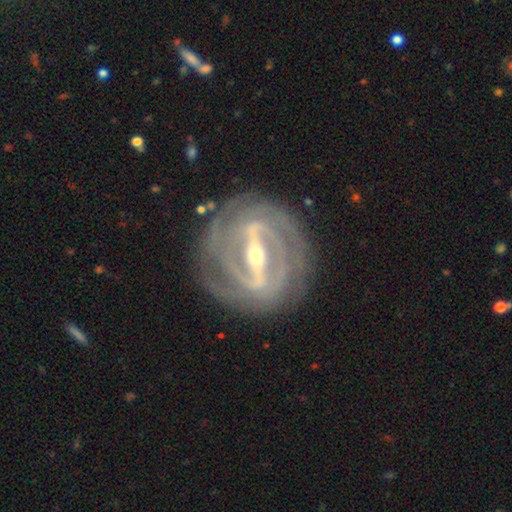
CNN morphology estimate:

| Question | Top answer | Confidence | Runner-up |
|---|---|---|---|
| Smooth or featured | featured or disk | 91% | star or artifact (4%) |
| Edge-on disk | no | 90% | yes (10%) |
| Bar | strong | 84% | weak (12%) |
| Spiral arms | yes | 94% | no (6%) |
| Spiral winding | tight | 78% | medium (17%) |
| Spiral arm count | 2 | 32% | can't tell (23%) |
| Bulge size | moderate | 52% | small (43%) |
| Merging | none | 84% | minor disturbance (11%) |